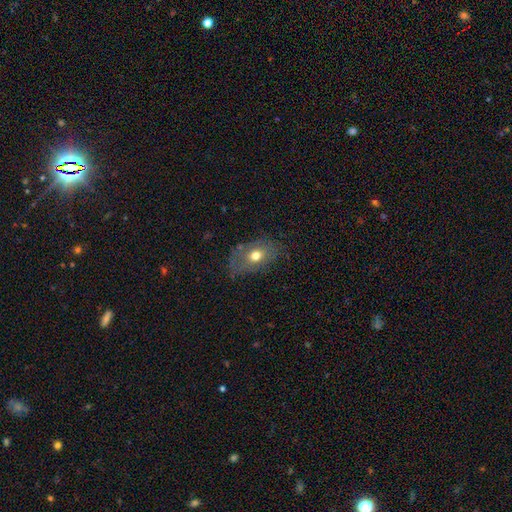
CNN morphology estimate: Overall: smooth (62%; featured or disk 28%). How rounded: in between (81%). Merging: none (66%).